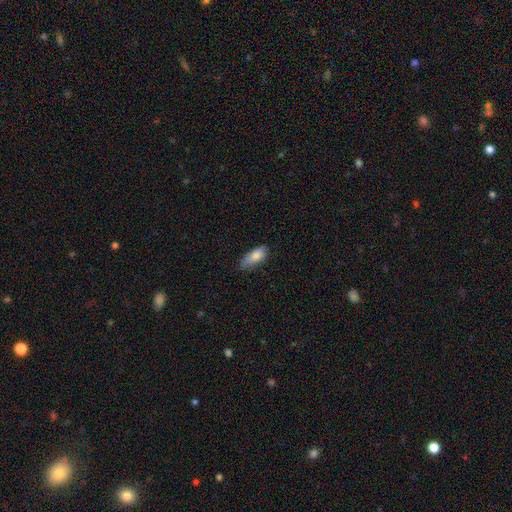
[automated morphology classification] Smooth or featured: smooth — 83% (featured or disk — 10%)
How rounded: in between — 80% (cigar-shaped — 18%)
Merging: none — 60% (minor disturbance — 32%)